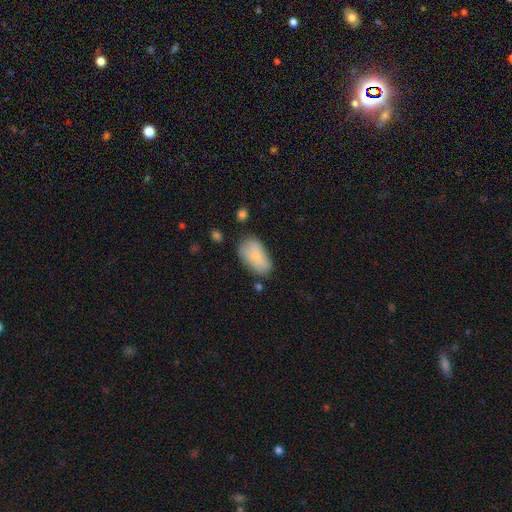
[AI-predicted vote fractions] smooth_or_featured: smooth (p=0.77) [alt: featured or disk p=0.16]
how_rounded: in between (p=0.93) [alt: round p=0.04]
merging: none (p=0.63) [alt: minor disturbance p=0.26]